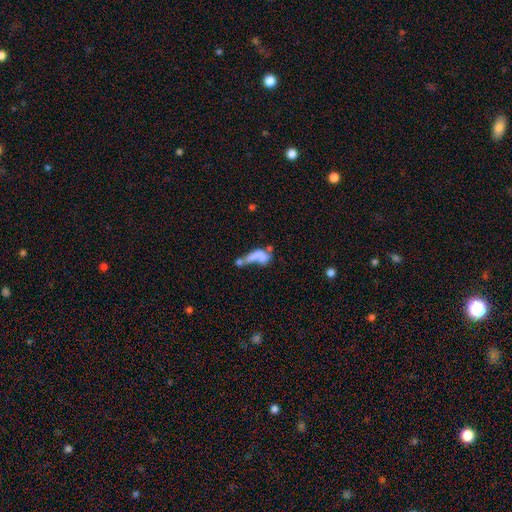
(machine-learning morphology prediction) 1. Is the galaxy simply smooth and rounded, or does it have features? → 50% smooth, 37% featured or disk, 12% star or artifact.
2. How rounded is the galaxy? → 68% in between, 22% cigar-shaped, 10% round.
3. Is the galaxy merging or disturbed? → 52% merger, 26% major disturbance, 13% none, 9% minor disturbance.